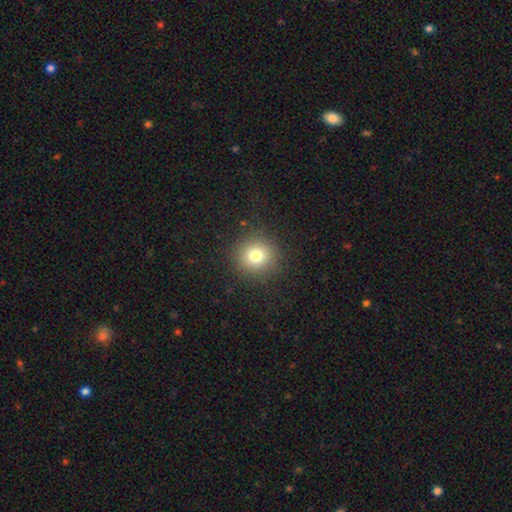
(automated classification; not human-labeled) Smooth or featured?
  - smooth: 78% *
  - star or artifact: 14%
  - featured or disk: 9%
How rounded?
  - round: 92% *
  - in between: 7%
  - cigar-shaped: 1%
Merging?
  - none: 89% *
  - minor disturbance: 6%
  - major disturbance: 3%
  - merger: 1%